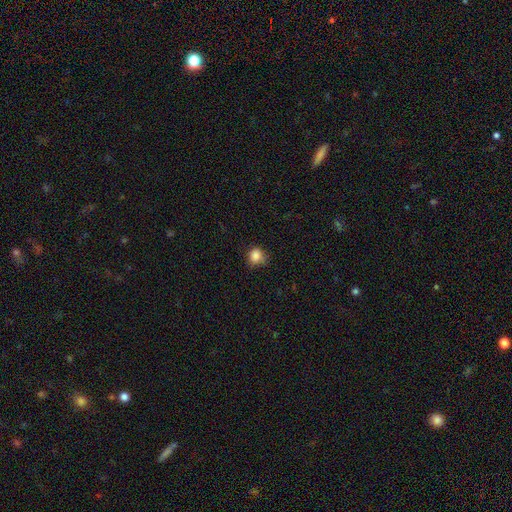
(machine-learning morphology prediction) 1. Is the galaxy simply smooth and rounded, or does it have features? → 84% smooth, 11% star or artifact, 5% featured or disk.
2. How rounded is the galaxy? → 77% round, 22% in between, 1% cigar-shaped.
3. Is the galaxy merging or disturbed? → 64% none, 28% minor disturbance, 6% major disturbance, 2% merger.